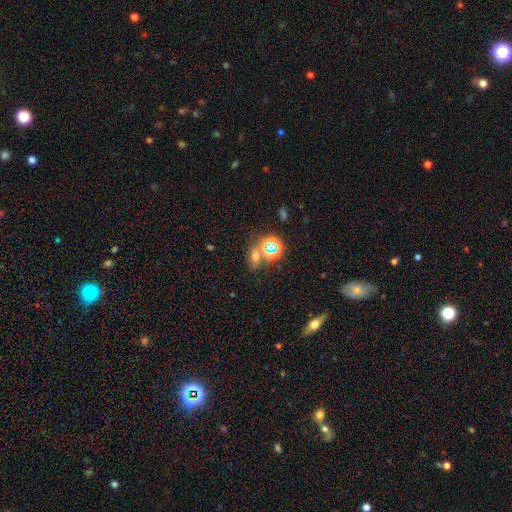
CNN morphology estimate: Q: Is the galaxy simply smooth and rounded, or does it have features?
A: smooth — 46%.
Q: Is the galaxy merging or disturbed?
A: none — 60%.